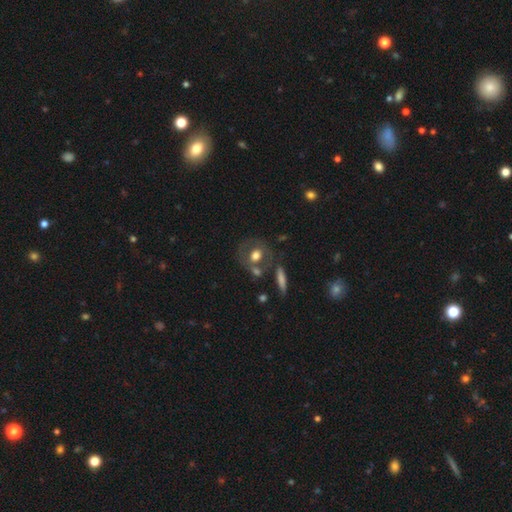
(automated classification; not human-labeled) Overall: smooth (51%; featured or disk 40%). How rounded: round (66%; in between 31%). Merging: none (61%).